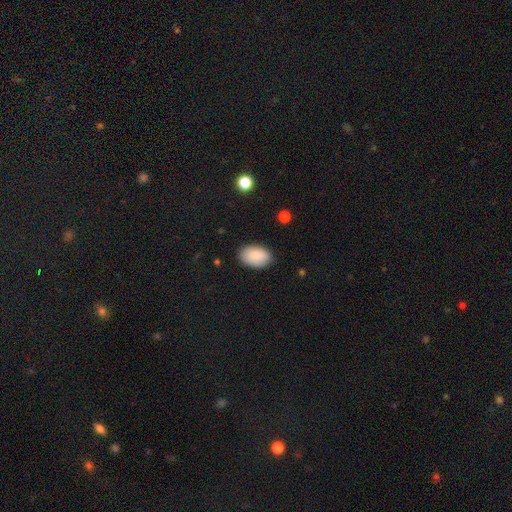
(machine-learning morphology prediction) A smooth galaxy with no disk features (88%) that is in between round and cigar-shaped (92%). Merging: none (85%).